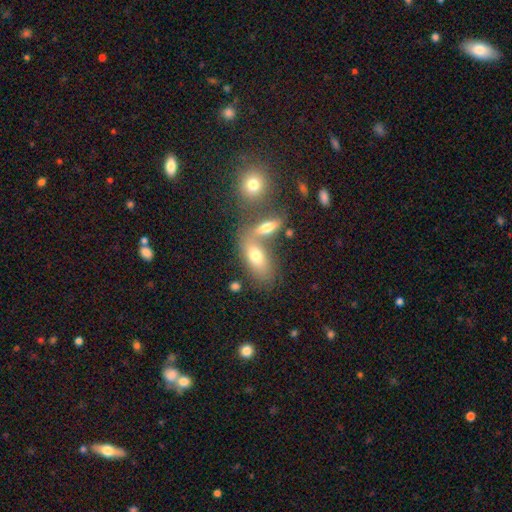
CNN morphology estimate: A smooth galaxy with no disk features (68%) that is in between round and cigar-shaped (80%). Merging: merger (44%).